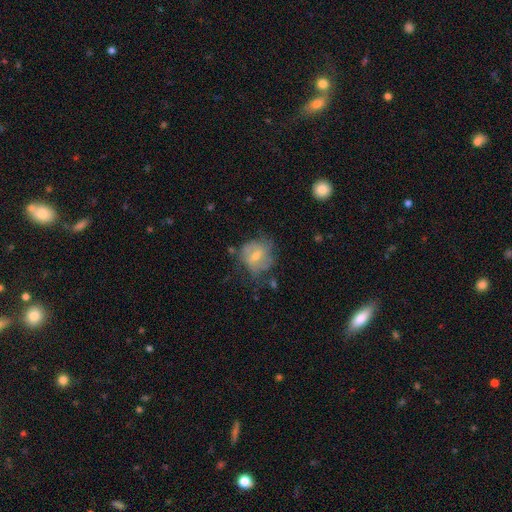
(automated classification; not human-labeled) featured or disk 47%, smooth 45%, star or artifact 8%. Down the decision tree: merging — none (46%).